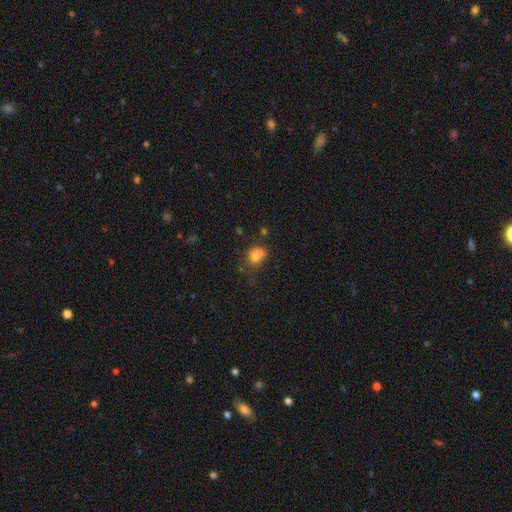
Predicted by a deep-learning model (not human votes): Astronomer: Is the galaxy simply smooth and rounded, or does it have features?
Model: smooth — 77%.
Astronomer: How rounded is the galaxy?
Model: round — 57% (runner-up: in between, 42%).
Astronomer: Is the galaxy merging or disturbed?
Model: none — 46% (runner-up: minor disturbance, 26%).